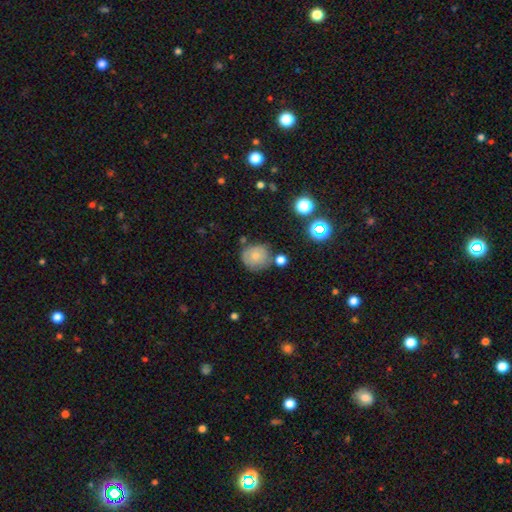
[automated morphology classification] A smooth galaxy with no disk features (72%) that is round (87%).

Vote fractions:
- Smooth or featured? smooth: 72% / featured or disk: 16% / star or artifact: 12%
- How rounded? round: 87% / in between: 13% / cigar-shaped: 1%
- Merging? none: 66% / minor disturbance: 18% / merger: 10% / major disturbance: 5%